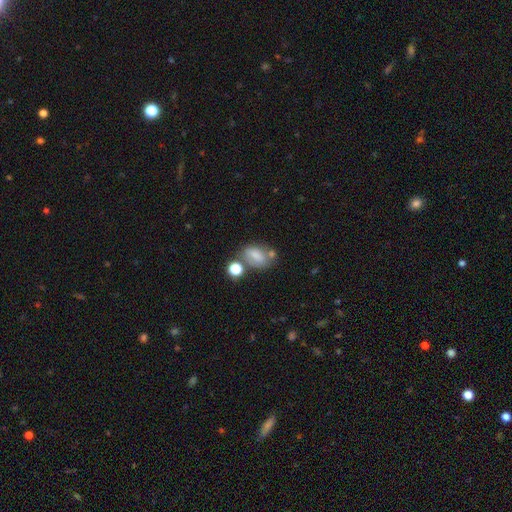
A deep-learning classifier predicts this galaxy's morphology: Overall: smooth (69%). How rounded: in between (78%). Merging: none (46%; merger 23%).